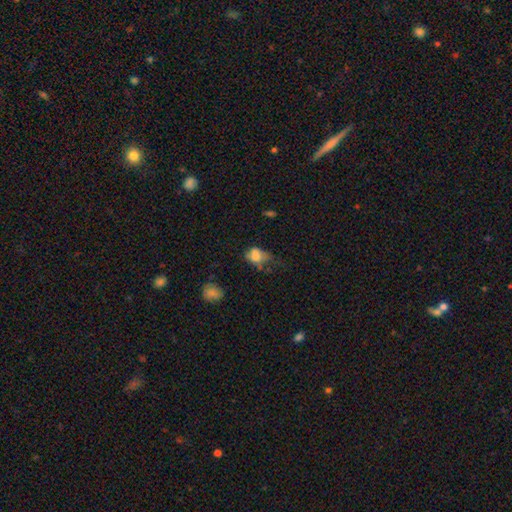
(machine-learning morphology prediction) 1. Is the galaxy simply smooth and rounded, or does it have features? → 72% smooth, 17% featured or disk, 11% star or artifact.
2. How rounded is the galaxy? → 67% in between, 31% round, 2% cigar-shaped.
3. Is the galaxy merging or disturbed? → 36% major disturbance, 32% minor disturbance, 24% none, 7% merger.